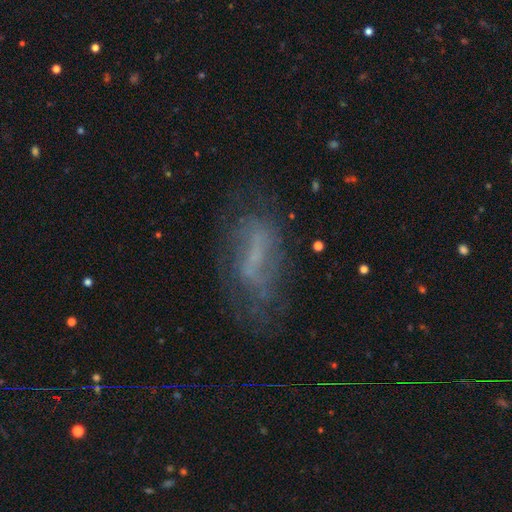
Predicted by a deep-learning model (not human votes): Overall: featured or disk (51%; smooth 34%). Edge-on disk: no (85%). Merging: none (55%; minor disturbance 23%).